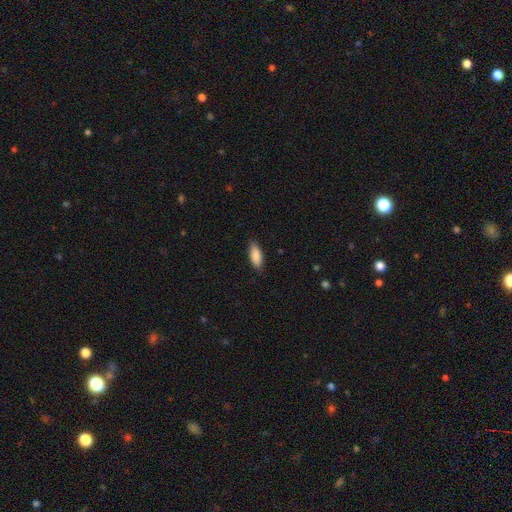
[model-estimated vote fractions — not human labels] Smooth or featured? smooth (88%)
How rounded? in between (79%)
Merging? none (85%)